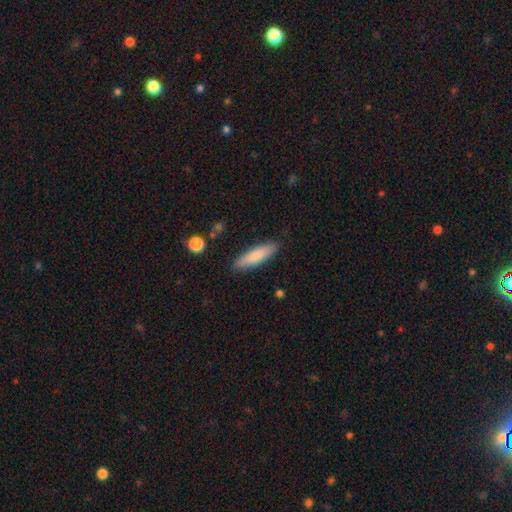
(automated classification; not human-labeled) smooth 80%, featured or disk 14%, star or artifact 6%. Down the decision tree: how rounded — cigar-shaped (69%); merging — none (88%).